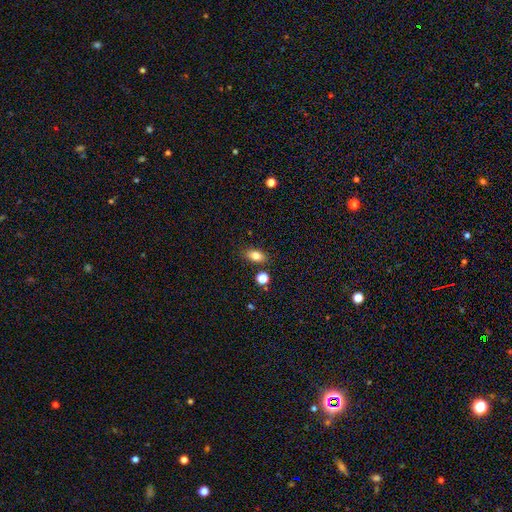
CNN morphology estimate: smooth_or_featured: smooth (p=0.81) [alt: star or artifact p=0.10]
how_rounded: in between (p=0.84) [alt: round p=0.12]
merging: none (p=0.83) [alt: minor disturbance p=0.10]